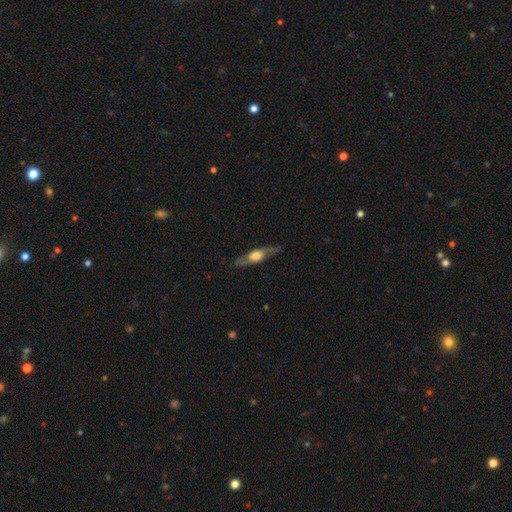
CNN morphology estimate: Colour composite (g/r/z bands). It shows a featured or disk galaxy (62%) viewed edge-on (84%) with a rounded central bulge (87%). Merging: none (80%).